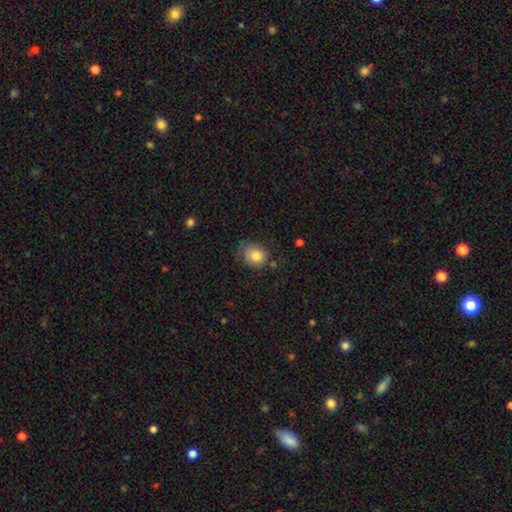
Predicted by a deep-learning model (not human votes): smooth-or-featured: smooth: 80% | featured or disk: 11% | star or artifact: 9%
  how-rounded: round: 73% | in between: 26% | cigar-shaped: 1%
  merging: none: 65% | minor disturbance: 25% | major disturbance: 8% | merger: 3%